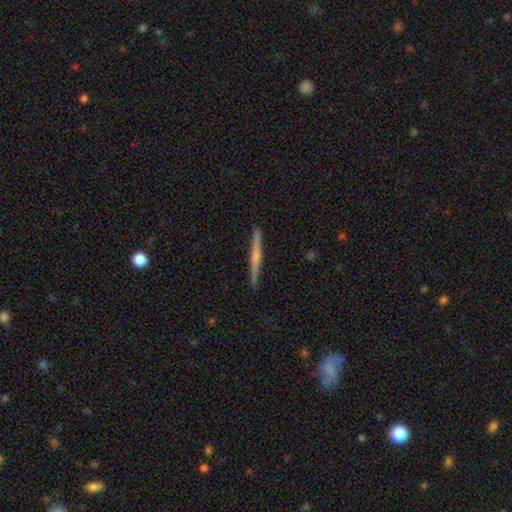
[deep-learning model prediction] Smooth or featured: featured or disk — 64% (smooth — 31%)
Edge-on disk: yes — 98% (no — 2%)
Edge-on bulge: rounded — 60% (none — 27%)
Merging: none — 91% (minor disturbance — 6%)